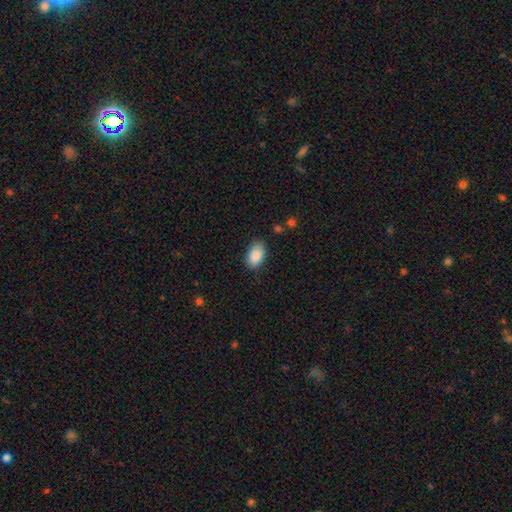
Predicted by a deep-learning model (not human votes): A smooth galaxy with no disk features (89%) that is in between round and cigar-shaped (94%).

Vote fractions:
- Smooth or featured? smooth: 89% / star or artifact: 6% / featured or disk: 4%
- How rounded? in between: 94% / round: 4% / cigar-shaped: 2%
- Merging? none: 83% / minor disturbance: 12% / major disturbance: 3% / merger: 1%